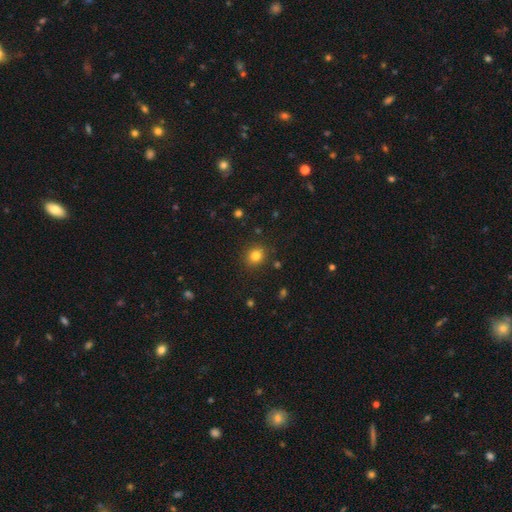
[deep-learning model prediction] This appears to be a smooth galaxy with no disk features (81%) that is round (71%). Merging: none (88%).